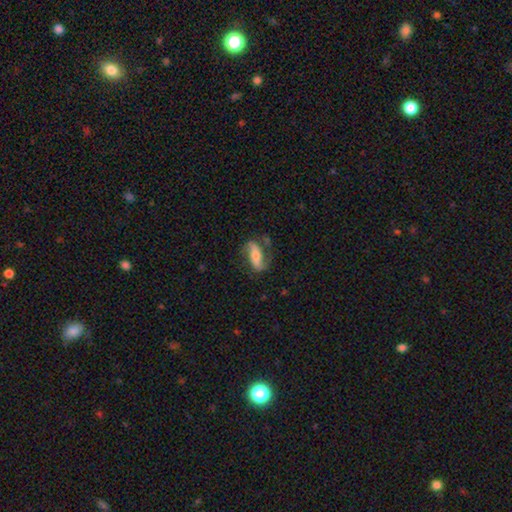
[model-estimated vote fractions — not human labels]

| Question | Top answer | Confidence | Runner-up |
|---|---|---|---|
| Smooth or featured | featured or disk | 64% | smooth (29%) |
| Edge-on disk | no | 88% | yes (12%) |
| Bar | strong | 40% | no (34%) |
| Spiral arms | yes | 88% | no (12%) |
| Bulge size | moderate | 42% | small (40%) |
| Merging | none | 66% | minor disturbance (20%) |